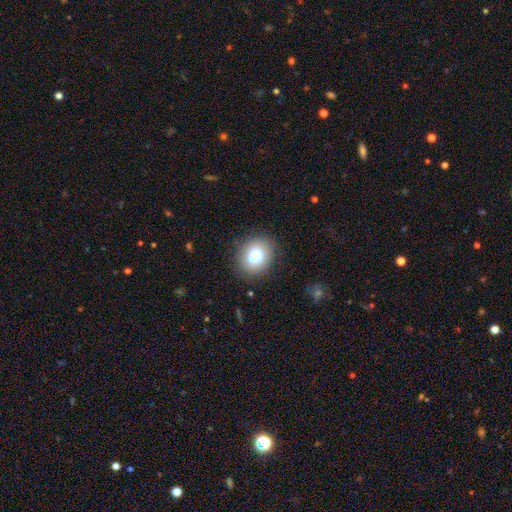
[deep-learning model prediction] Morphology: type=smooth (77%); roundness=round (60%); merging=none (79%).